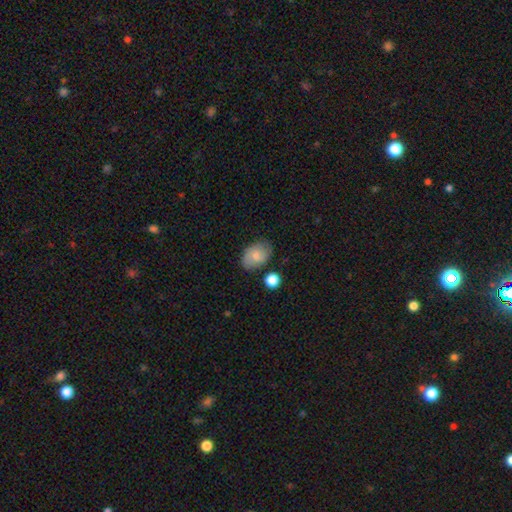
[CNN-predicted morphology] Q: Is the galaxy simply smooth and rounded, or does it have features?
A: smooth — 68%.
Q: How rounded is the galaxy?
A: in between — 81%.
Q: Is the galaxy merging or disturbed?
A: none — 74%.